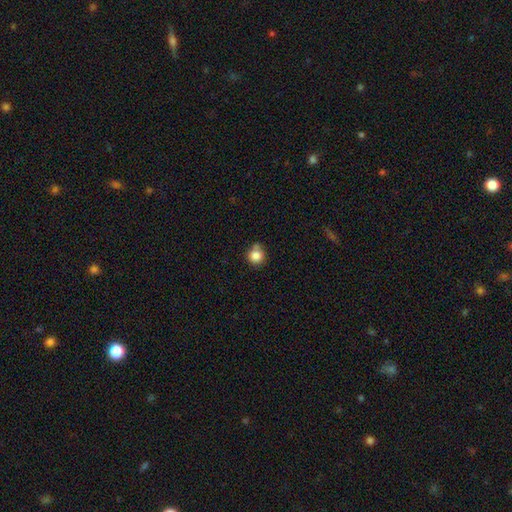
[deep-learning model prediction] Smooth or featured? smooth (84%)
How rounded? round (91%)
Merging? none (66%)